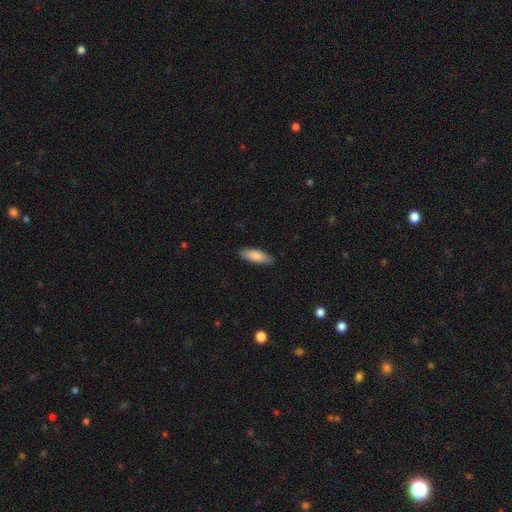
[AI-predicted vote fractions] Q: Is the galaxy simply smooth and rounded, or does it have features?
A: smooth — 86%.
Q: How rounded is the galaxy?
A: in between — 66%.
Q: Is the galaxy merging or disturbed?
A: none — 87%.